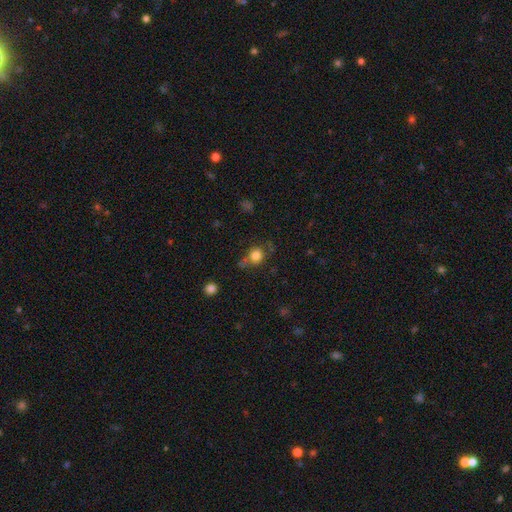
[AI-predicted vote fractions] Smooth or featured? smooth (81%)
How rounded? round (82%)
Merging? none (64%)